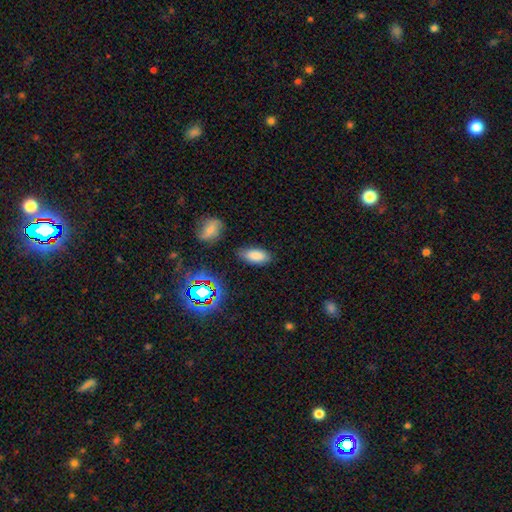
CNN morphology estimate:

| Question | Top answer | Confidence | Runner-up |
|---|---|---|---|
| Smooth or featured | smooth | 81% | star or artifact (12%) |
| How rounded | in between | 89% | cigar-shaped (8%) |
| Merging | none | 80% | minor disturbance (14%) |